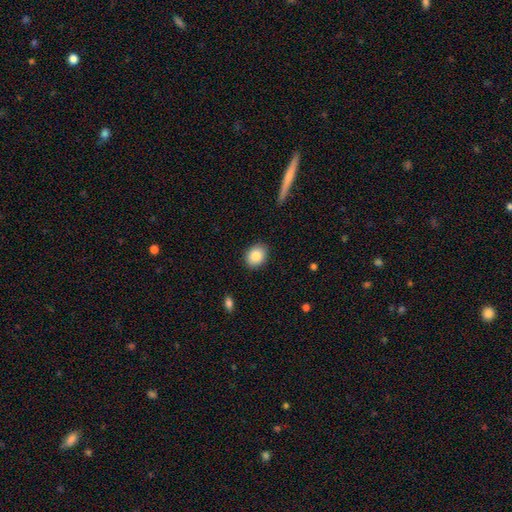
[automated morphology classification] smooth 86%, star or artifact 8%, featured or disk 6%. Down the decision tree: how rounded — in between (50%); merging — none (88%).